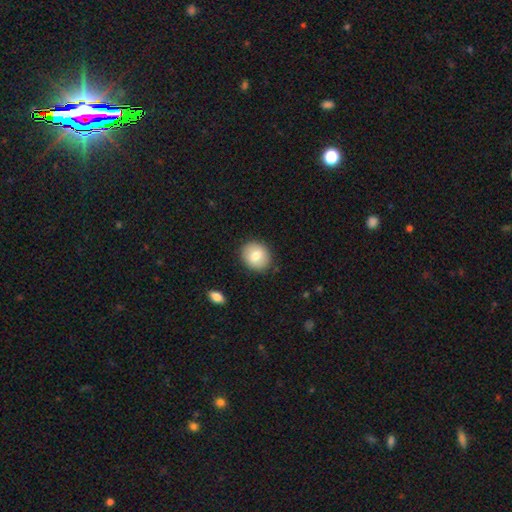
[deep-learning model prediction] Overall: smooth (77%). How rounded: round (70%). Merging: none (86%).